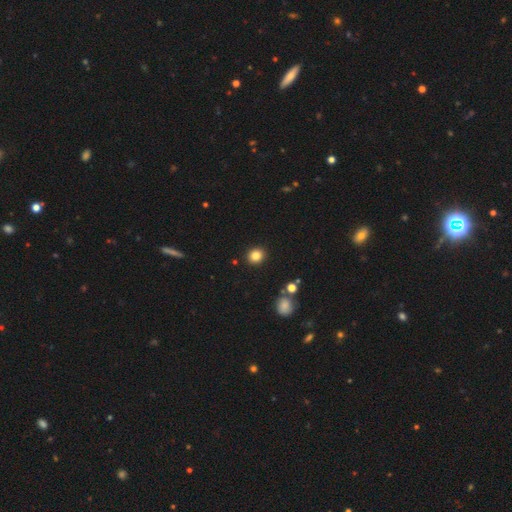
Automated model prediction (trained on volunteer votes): A smooth galaxy with no disk features (83%) that is round (82%). Merging: none (91%).